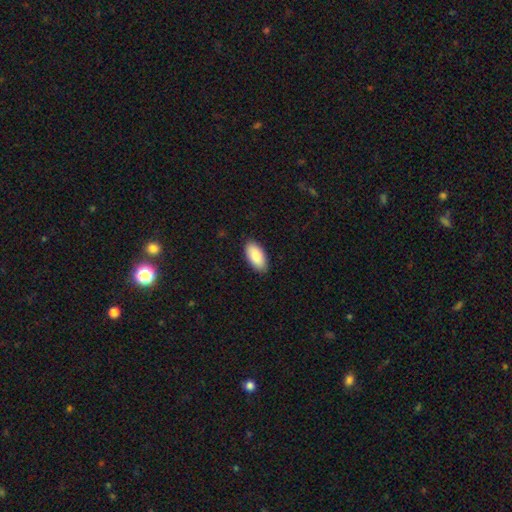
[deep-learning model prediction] Morphology: type=smooth (88%); roundness=in between (94%); merging=none (88%).